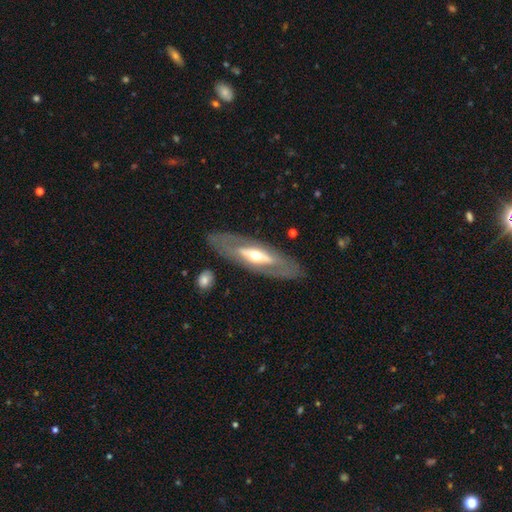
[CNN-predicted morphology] Overall: featured or disk (69%). Edge-on disk: no (70%). Merging: none (81%).